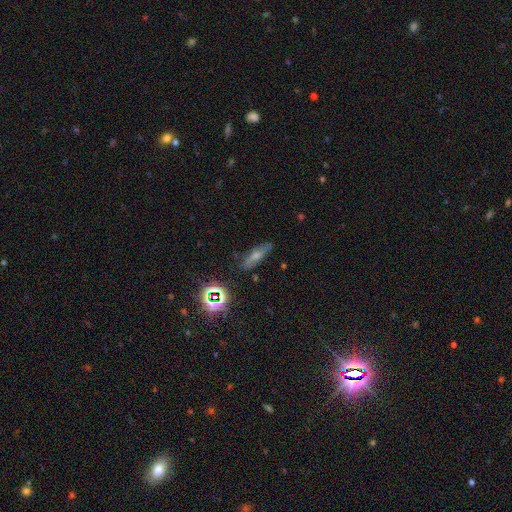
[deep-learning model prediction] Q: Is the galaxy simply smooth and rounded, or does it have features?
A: featured or disk — 37%.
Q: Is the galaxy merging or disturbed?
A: none — 79%.